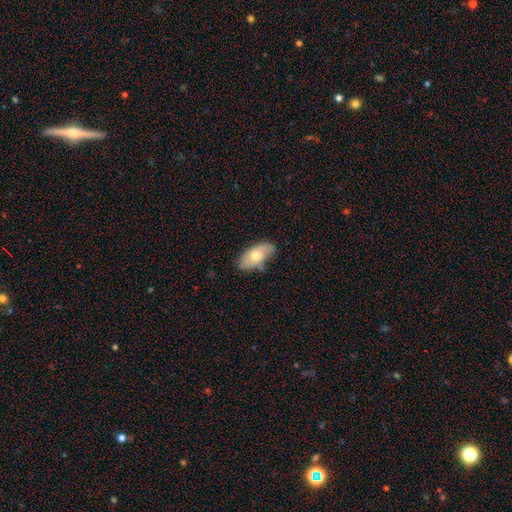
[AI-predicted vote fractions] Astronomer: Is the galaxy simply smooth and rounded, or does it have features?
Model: smooth — 63%.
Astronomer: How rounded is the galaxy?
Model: in between — 91%.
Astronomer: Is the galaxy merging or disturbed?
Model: none — 68%.